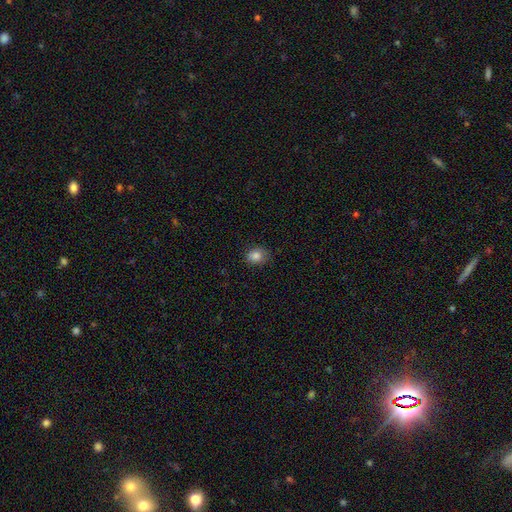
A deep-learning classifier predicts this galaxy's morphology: A smooth galaxy with no disk features (83%) that is round (56%).

Vote fractions:
- Smooth or featured? smooth: 83% / star or artifact: 11% / featured or disk: 6%
- How rounded? round: 56% / in between: 43% / cigar-shaped: 1%
- Merging? none: 83% / minor disturbance: 13% / major disturbance: 3% / merger: 1%